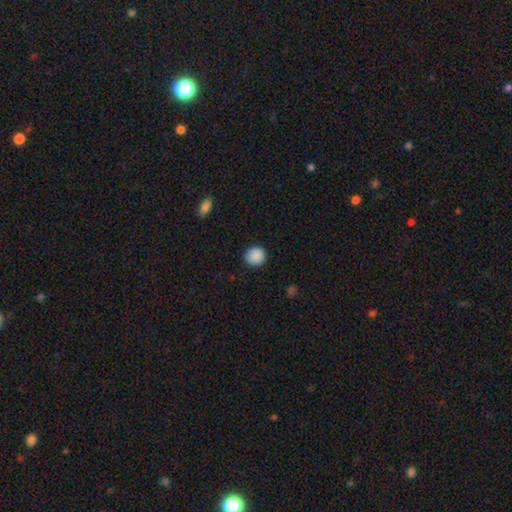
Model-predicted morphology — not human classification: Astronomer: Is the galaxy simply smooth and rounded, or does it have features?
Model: smooth — 89%.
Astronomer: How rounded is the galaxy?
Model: round — 89%.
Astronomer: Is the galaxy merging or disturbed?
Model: none — 87%.